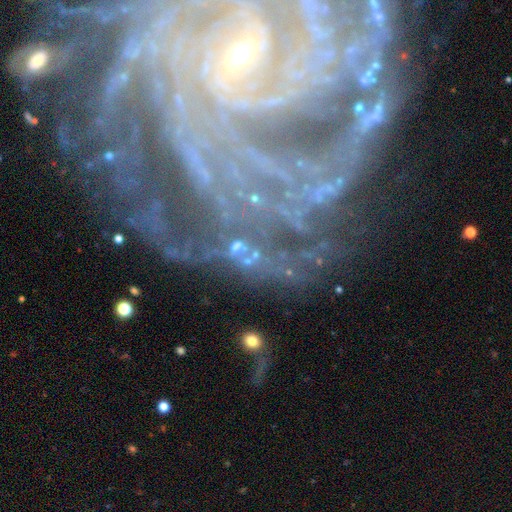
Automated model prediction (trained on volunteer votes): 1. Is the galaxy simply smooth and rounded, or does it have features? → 55% featured or disk, 33% star or artifact, 13% smooth.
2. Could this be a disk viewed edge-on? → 93% no, 7% yes.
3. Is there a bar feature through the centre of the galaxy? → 57% no, 23% weak, 20% strong.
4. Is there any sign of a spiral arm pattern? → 81% yes, 19% no.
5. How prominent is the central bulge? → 59% small, 20% none, 15% moderate, 4% large, 3% dominant.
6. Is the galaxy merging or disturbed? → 61% none, 18% minor disturbance, 15% major disturbance, 6% merger.